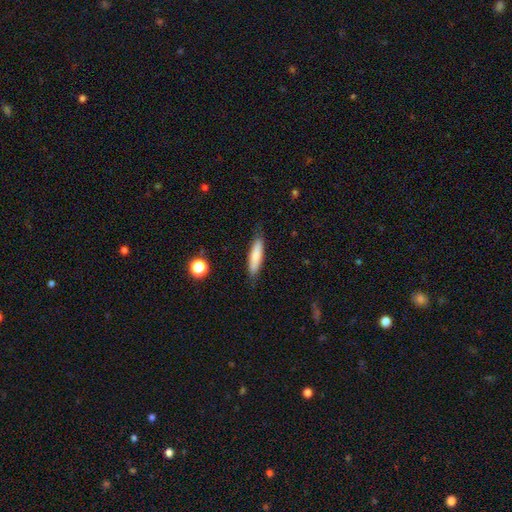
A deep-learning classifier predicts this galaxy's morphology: A smooth galaxy with no disk features (79%) that is cigar-shaped (77%).

Vote fractions:
- Smooth or featured? smooth: 79% / featured or disk: 15% / star or artifact: 7%
- How rounded? cigar-shaped: 77% / in between: 21% / round: 2%
- Merging? none: 82% / minor disturbance: 14% / major disturbance: 3% / merger: 1%